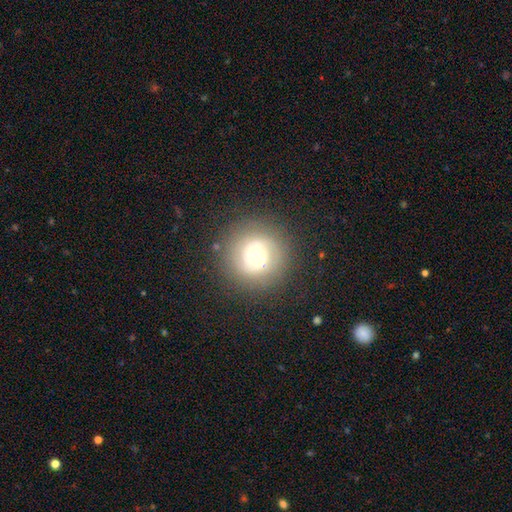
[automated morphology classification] Smooth or featured? Predicted: smooth (p=0.50). Merging? Predicted: none (p=0.82).